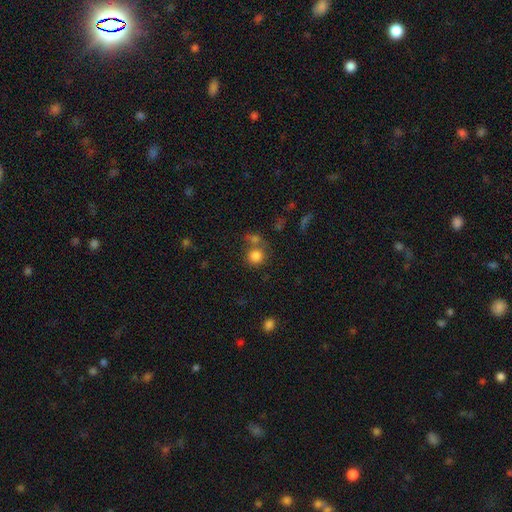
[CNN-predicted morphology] Smooth or featured? smooth (82%)
How rounded? round (89%)
Merging? none (58%)